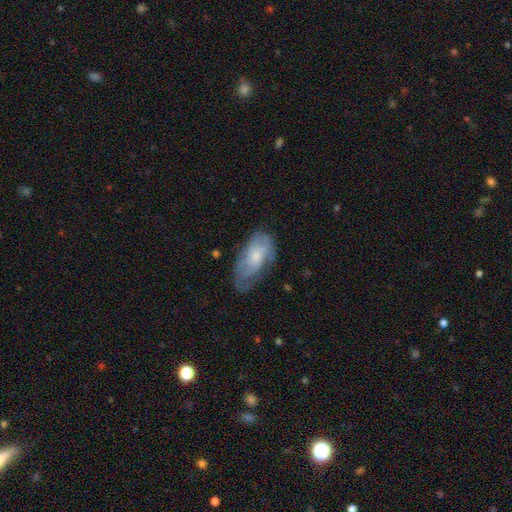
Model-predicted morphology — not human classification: smooth_or_featured: featured or disk (p=0.49) [alt: smooth p=0.44]
merging: none (p=0.48) [alt: minor disturbance p=0.32]